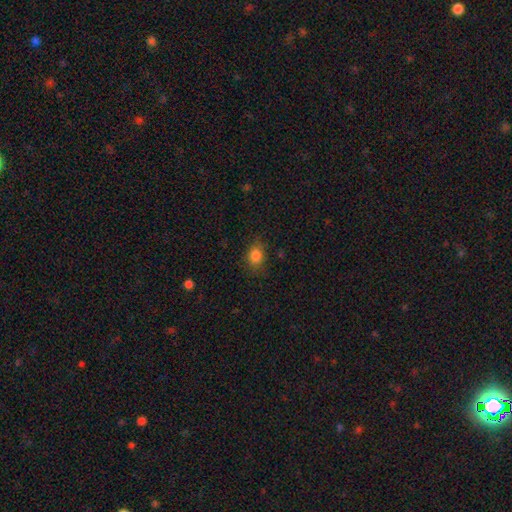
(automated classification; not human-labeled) Q: Smooth or featured?
A: smooth (83%); runner-up: star or artifact (11%)
Q: How rounded?
A: in between (56%); runner-up: round (42%)
Q: Merging?
A: none (81%); runner-up: minor disturbance (14%)